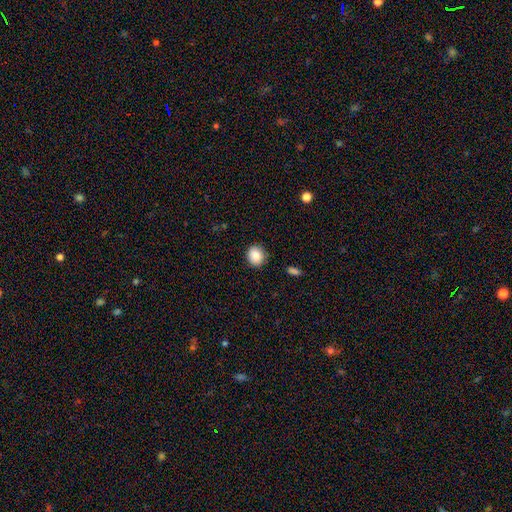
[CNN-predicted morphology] A smooth galaxy with no disk features (87%) that is round (74%).

Vote fractions:
- Smooth or featured? smooth: 87% / star or artifact: 8% / featured or disk: 5%
- How rounded? round: 74% / in between: 25% / cigar-shaped: 1%
- Merging? none: 86% / minor disturbance: 10% / major disturbance: 2% / merger: 1%